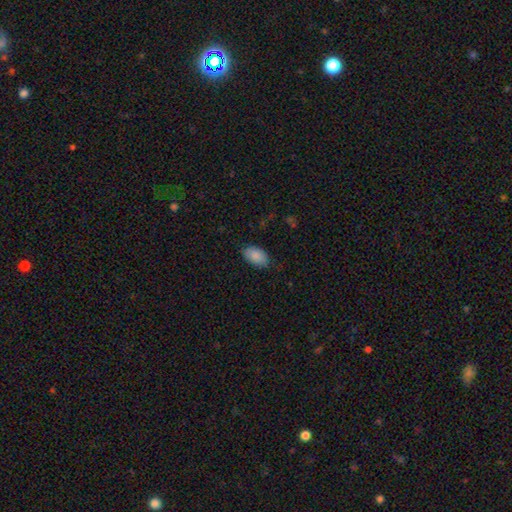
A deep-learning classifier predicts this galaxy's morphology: smooth 88%, star or artifact 7%, featured or disk 5%. Down the decision tree: how rounded — in between (94%); merging — none (81%).